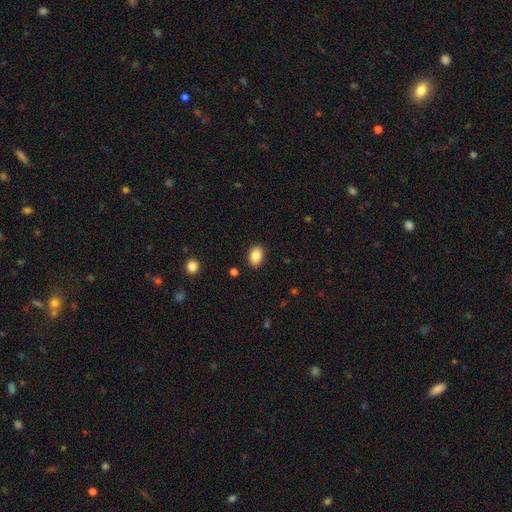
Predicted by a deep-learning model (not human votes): This is clearly a smooth galaxy (87%). How rounded: likely in between (80%). Merging: clearly none (87%).